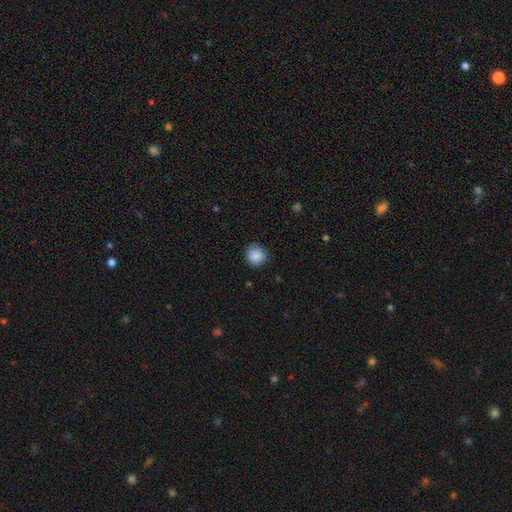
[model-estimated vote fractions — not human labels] Overall: smooth (85%). How rounded: round (88%). Merging: none (76%).